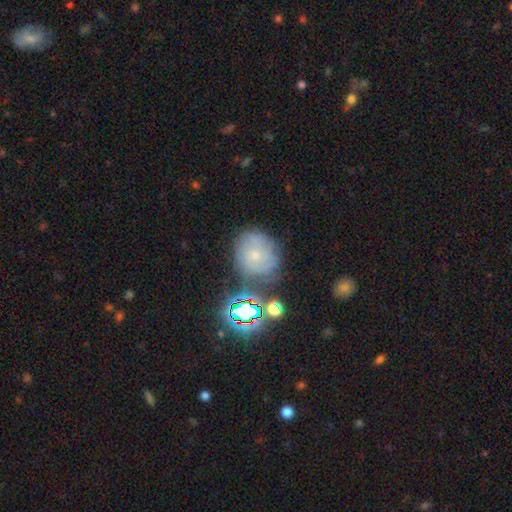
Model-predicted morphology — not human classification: A smooth galaxy with no disk features (40%).

Vote fractions:
- Smooth or featured? smooth: 40% / featured or disk: 38% / star or artifact: 23%
- Merging? none: 61% / minor disturbance: 20% / merger: 9% / major disturbance: 9%